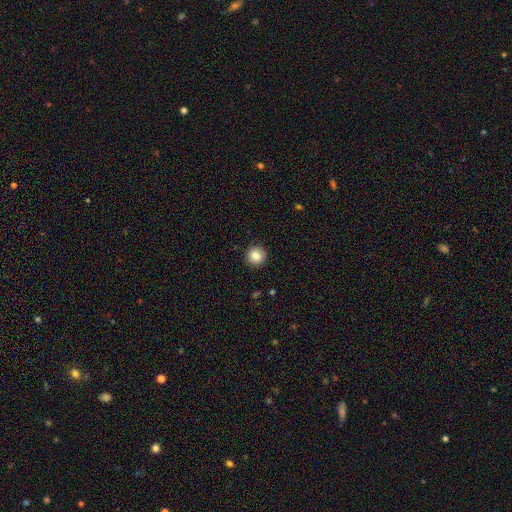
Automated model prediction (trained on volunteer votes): This appears to be a smooth galaxy with no disk features (84%) that is round (94%). Merging: none (92%).